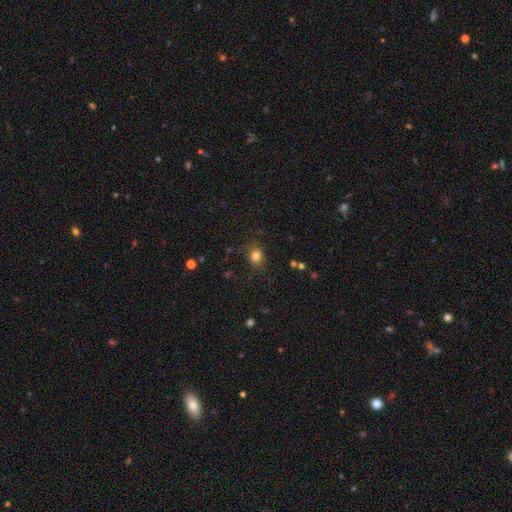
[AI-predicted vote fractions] Smooth or featured?
  - smooth: 81% *
  - star or artifact: 13%
  - featured or disk: 6%
How rounded?
  - round: 78% *
  - in between: 21%
  - cigar-shaped: 1%
Merging?
  - none: 81% *
  - minor disturbance: 13%
  - major disturbance: 4%
  - merger: 2%